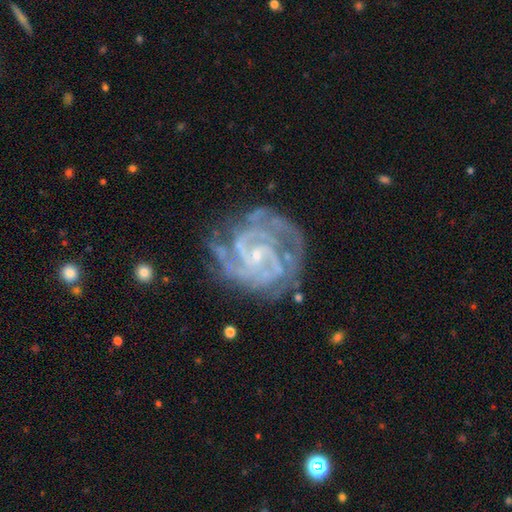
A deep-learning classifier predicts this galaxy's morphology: This appears to be a featured or disk galaxy (92%) with no bar (50%), 2 (34%) tight (65%) spiral arms (98%) and a small central bulge (82%). Merging: none (70%).